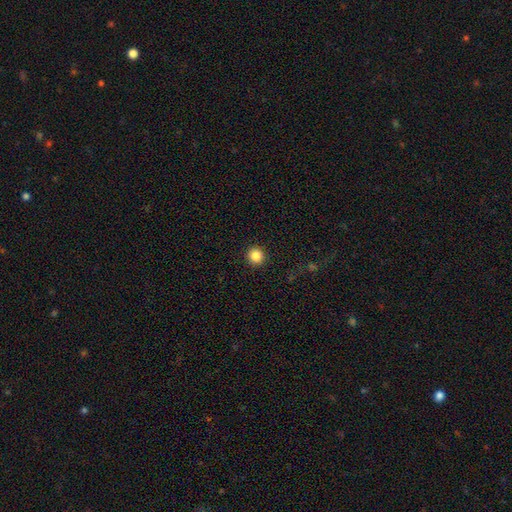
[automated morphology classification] Smooth or featured? smooth (86%)
How rounded? round (95%)
Merging? none (93%)